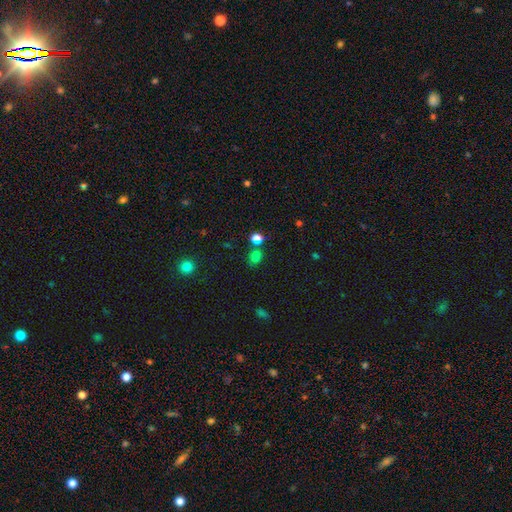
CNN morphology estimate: This appears to be a smooth galaxy with no disk features (58%) that is round (50%). Merging: none (66%).